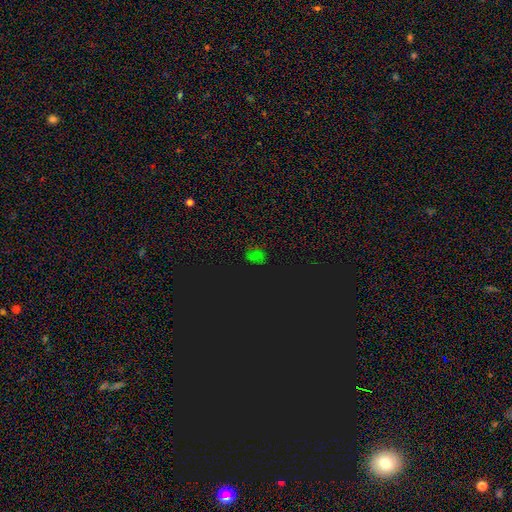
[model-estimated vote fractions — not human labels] This appears to be a star or artifact, not a galaxy (60%).